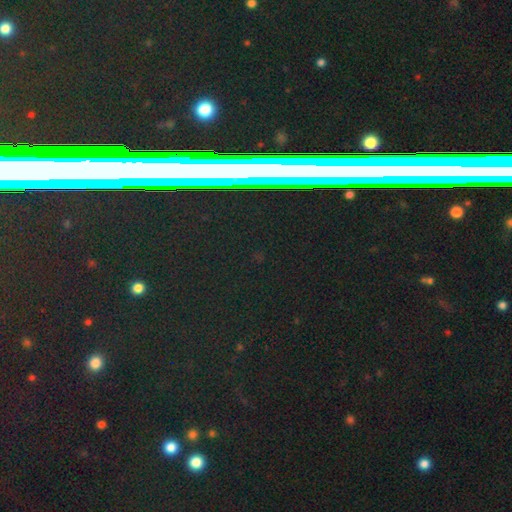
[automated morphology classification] Smooth or featured: star or artifact — 68% (smooth — 19%)